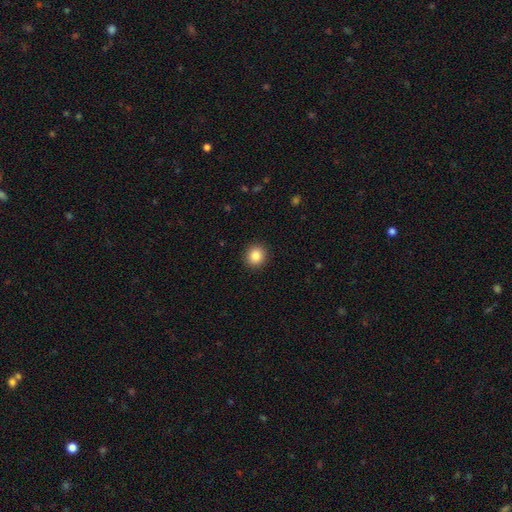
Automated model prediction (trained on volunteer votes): Smooth or featured?
  - smooth: 86% *
  - star or artifact: 10%
  - featured or disk: 5%
How rounded?
  - round: 91% *
  - in between: 8%
  - cigar-shaped: 1%
Merging?
  - none: 92% *
  - minor disturbance: 5%
  - major disturbance: 2%
  - merger: 1%